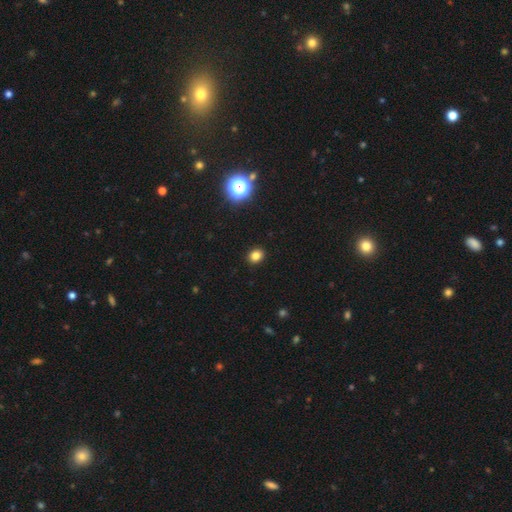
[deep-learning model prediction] Morphology: type=smooth (82%); roundness=round (62%); merging=none (92%).